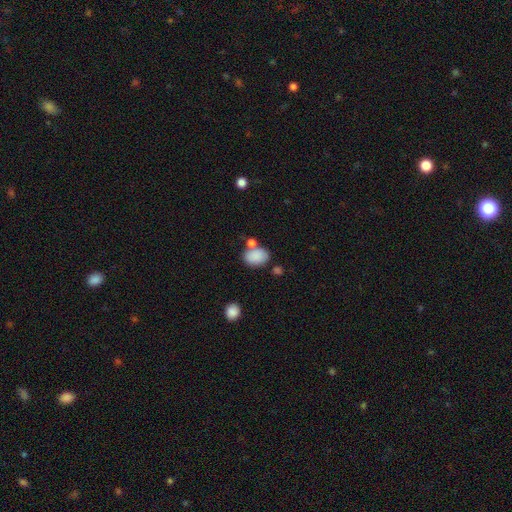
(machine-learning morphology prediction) A smooth galaxy with no disk features (86%) that is in between round and cigar-shaped (79%).

Vote fractions:
- Smooth or featured? smooth: 86% / star or artifact: 8% / featured or disk: 6%
- How rounded? in between: 79% / round: 20% / cigar-shaped: 1%
- Merging? none: 60% / merger: 20% / minor disturbance: 15% / major disturbance: 5%